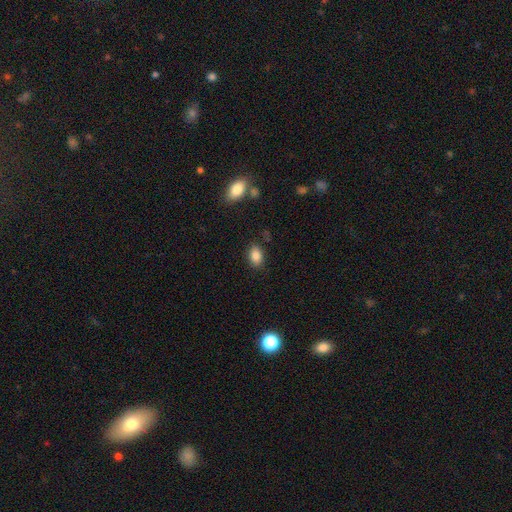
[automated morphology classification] Smooth or featured: smooth — 86% (star or artifact — 9%)
How rounded: in between — 84% (round — 14%)
Merging: none — 84% (minor disturbance — 11%)